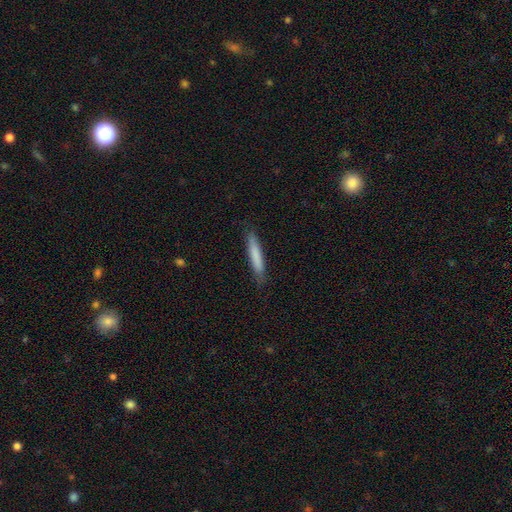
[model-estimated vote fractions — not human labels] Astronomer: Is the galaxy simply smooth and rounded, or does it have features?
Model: smooth — 78%.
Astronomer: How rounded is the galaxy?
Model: cigar-shaped — 93%.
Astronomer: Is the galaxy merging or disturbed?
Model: none — 85%.